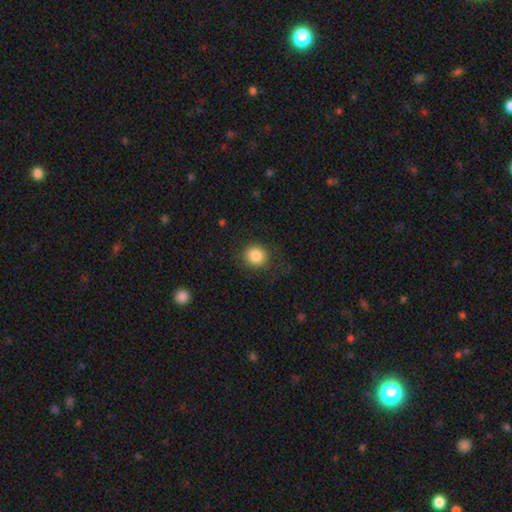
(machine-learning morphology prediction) Smooth or featured? smooth (85%)
How rounded? round (88%)
Merging? none (85%)